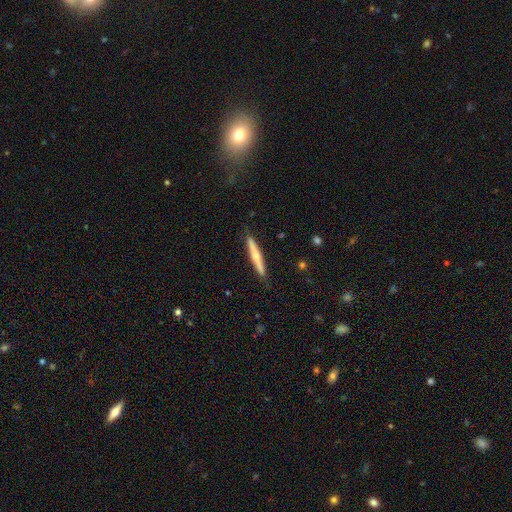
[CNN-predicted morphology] smooth-or-featured: featured or disk: 48% | smooth: 46% | star or artifact: 6%
  merging: none: 88% | minor disturbance: 9% | major disturbance: 2% | merger: 1%